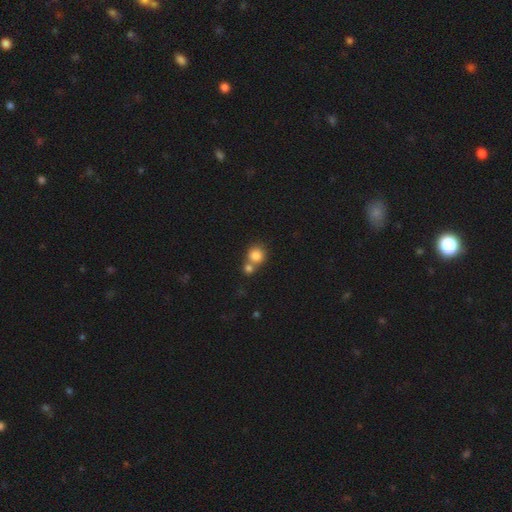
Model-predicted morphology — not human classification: smooth 83%, star or artifact 10%, featured or disk 7%. Down the decision tree: how rounded — round (87%); merging — none (47%).